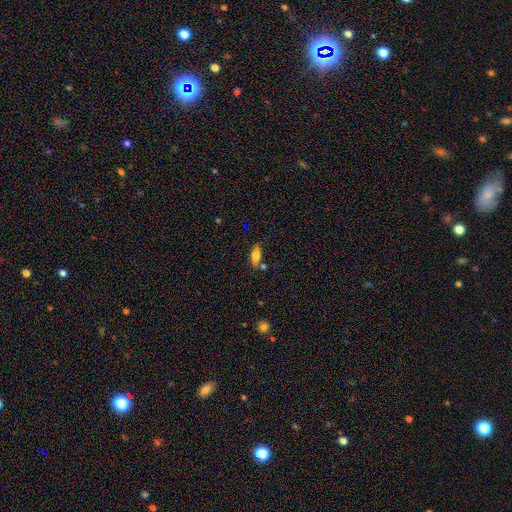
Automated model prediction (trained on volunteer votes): Overall: smooth (73%). How rounded: in between (81%). Merging: none (69%).